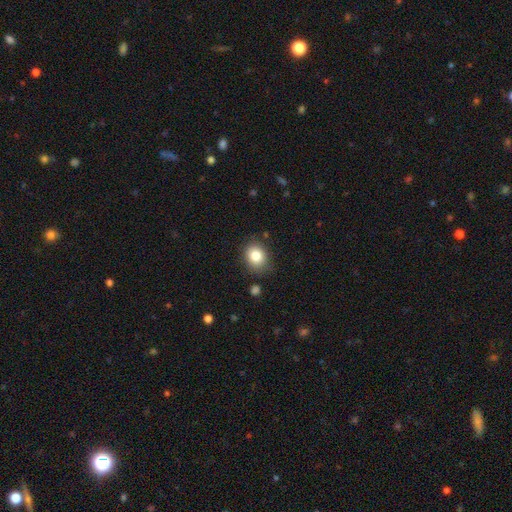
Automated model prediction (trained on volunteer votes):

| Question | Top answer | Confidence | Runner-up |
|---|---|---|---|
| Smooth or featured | smooth | 83% | star or artifact (10%) |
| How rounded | round | 58% | in between (41%) |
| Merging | none | 82% | minor disturbance (13%) |